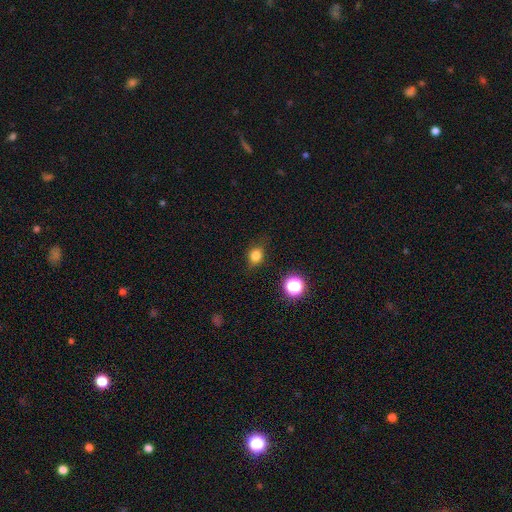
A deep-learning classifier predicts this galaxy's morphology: The model was most divided on "how rounded": round: 60%, in between: 38%, cigar-shaped: 1%. More confident: smooth or featured — smooth (79%); merging — none (77%).